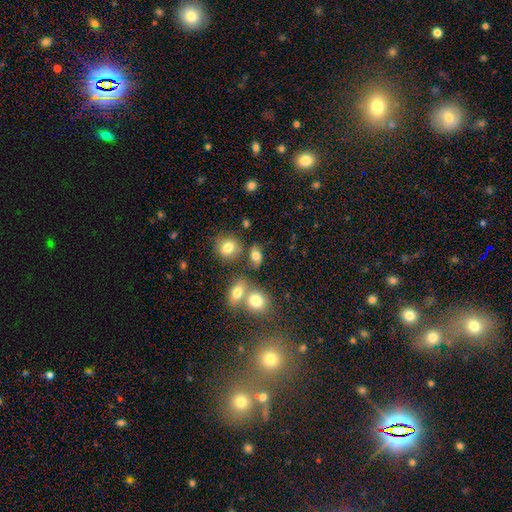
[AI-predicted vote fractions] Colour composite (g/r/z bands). It shows a smooth galaxy with no disk features (76%) that is in between round and cigar-shaped (71%). Merging: none (61%).